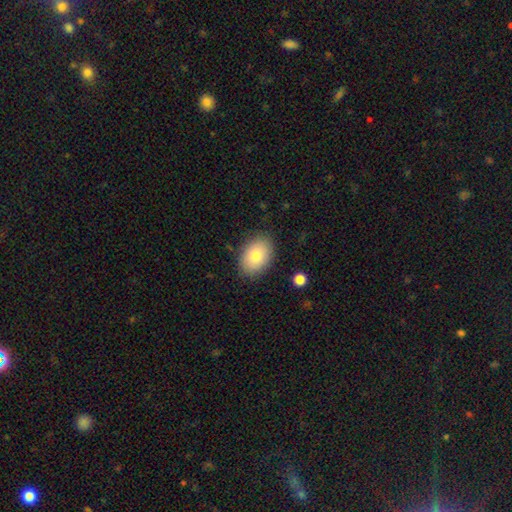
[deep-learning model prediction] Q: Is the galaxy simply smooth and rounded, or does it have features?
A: smooth — 79%.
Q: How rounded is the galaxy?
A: in between — 82%.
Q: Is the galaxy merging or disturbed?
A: none — 85%.